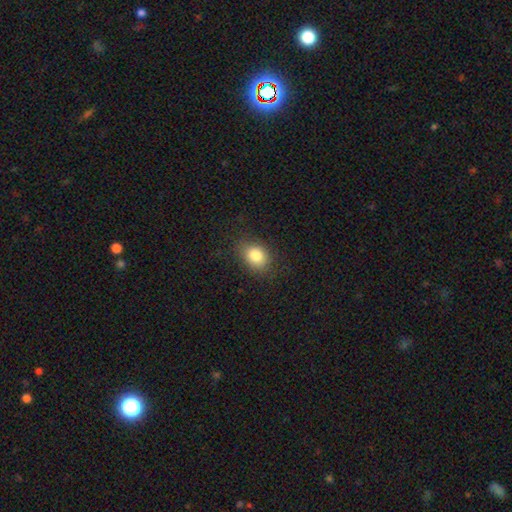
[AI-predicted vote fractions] This appears to be a smooth galaxy with no disk features (82%) that is in between round and cigar-shaped (63%). Merging: none (82%).